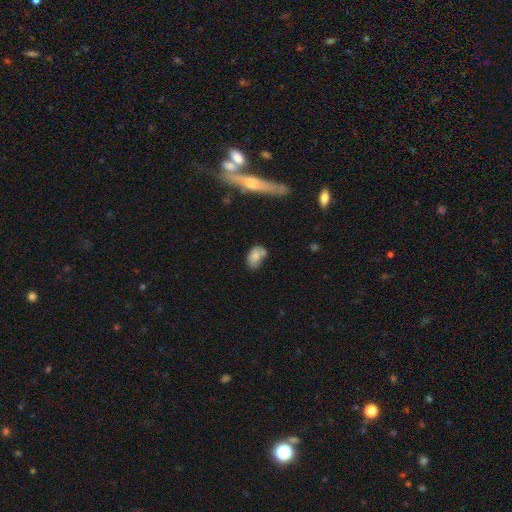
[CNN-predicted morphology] smooth_or_featured: smooth (p=0.78) [alt: featured or disk p=0.14]
how_rounded: in between (p=0.87) [alt: round p=0.11]
merging: none (p=0.49) [alt: minor disturbance p=0.26]